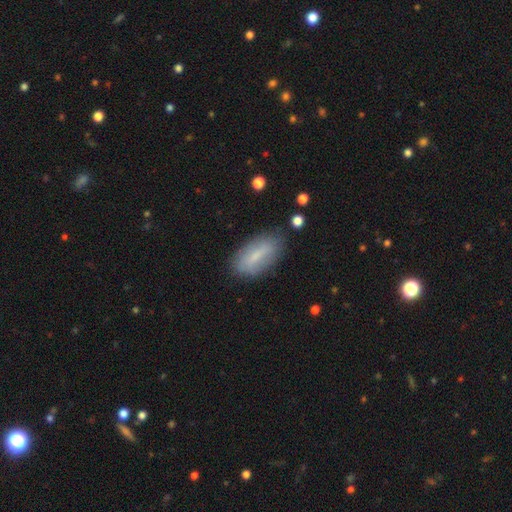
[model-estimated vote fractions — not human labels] Smooth or featured? smooth (61%)
How rounded? in between (81%)
Merging? none (80%)